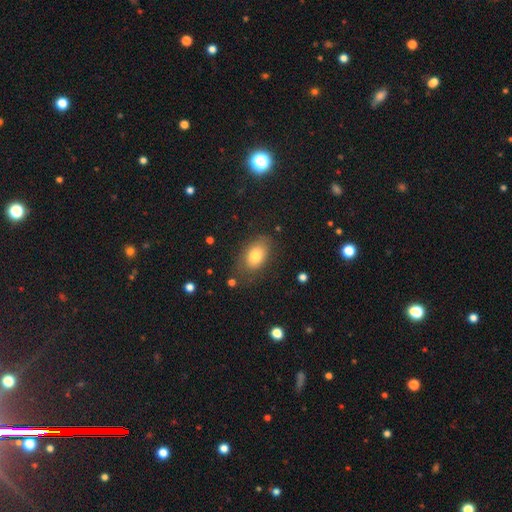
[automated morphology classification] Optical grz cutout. It shows a smooth galaxy with no disk features (76%) that is in between round and cigar-shaped (86%). Merging: none (77%).